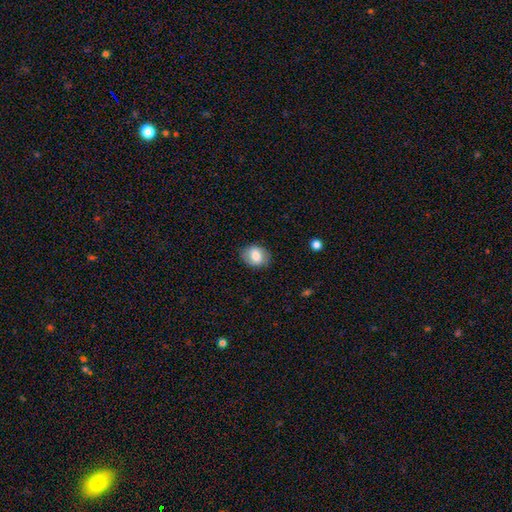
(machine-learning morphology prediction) A smooth galaxy with no disk features (77%) that is in between round and cigar-shaped (61%). Merging: none (82%).